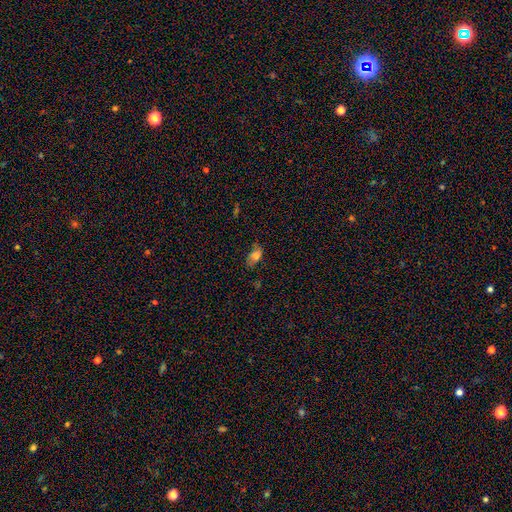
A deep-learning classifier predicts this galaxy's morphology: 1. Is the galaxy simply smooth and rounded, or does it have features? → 77% smooth, 12% star or artifact, 12% featured or disk.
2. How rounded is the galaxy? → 89% in between, 8% round, 3% cigar-shaped.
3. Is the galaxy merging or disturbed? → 59% none, 29% minor disturbance, 9% major disturbance, 3% merger.